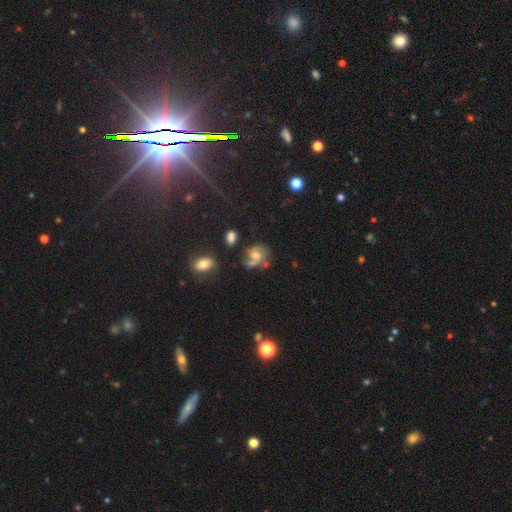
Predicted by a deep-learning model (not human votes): Morphology: type=featured or disk (51%); edge-on=no (97%); merging=none (45%).